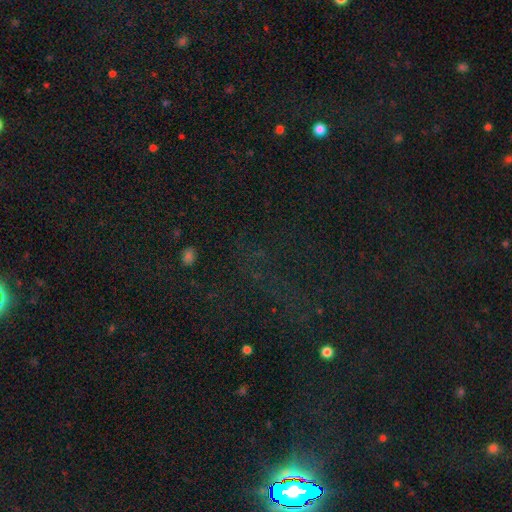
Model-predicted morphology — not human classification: This appears to be a star or artifact, not a galaxy (76%).